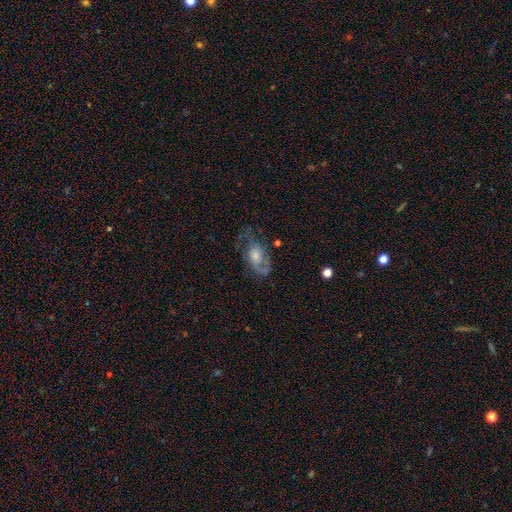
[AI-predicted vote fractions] This appears to be a featured or disk galaxy (68%) with no bar (73%), 2 (48%) medium (44%) spiral arms (84%) and a moderate central bulge (51%). Merging: none (56%).